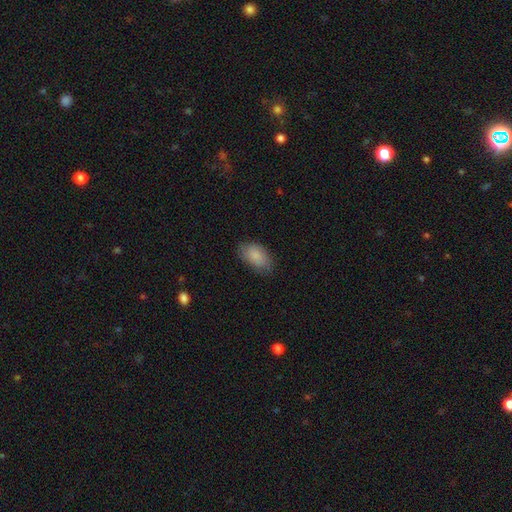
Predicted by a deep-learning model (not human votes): The model was most divided on "merging": none: 78%, minor disturbance: 17%, major disturbance: 4%, merger: 1%. More confident: how rounded — in between (93%); smooth or featured — smooth (84%).